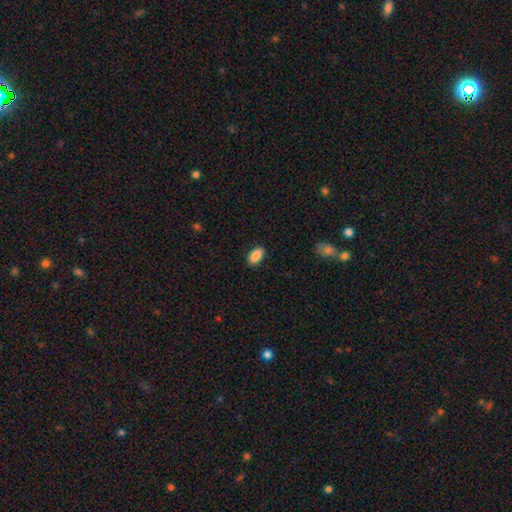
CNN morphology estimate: The model was most divided on "merging": none: 87%, minor disturbance: 10%, major disturbance: 2%, merger: 1%. More confident: how rounded — in between (92%); smooth or featured — smooth (87%).